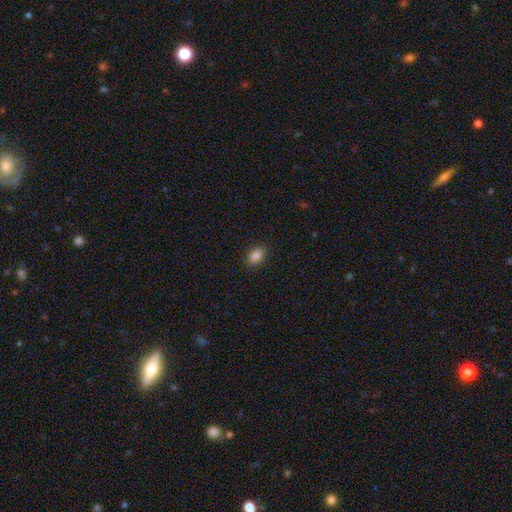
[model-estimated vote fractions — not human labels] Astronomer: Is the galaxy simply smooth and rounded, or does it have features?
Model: smooth — 87%.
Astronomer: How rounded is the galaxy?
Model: in between — 78%.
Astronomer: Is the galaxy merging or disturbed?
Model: none — 89%.